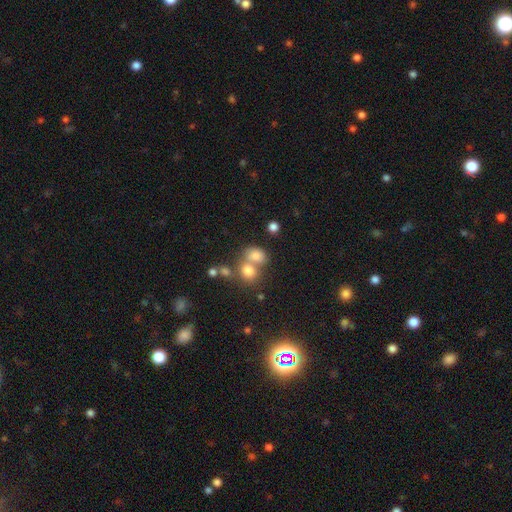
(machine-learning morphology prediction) Smooth or featured: smooth — 77% (star or artifact — 12%)
How rounded: in between — 50% (round — 49%)
Merging: merger — 49% (none — 36%)